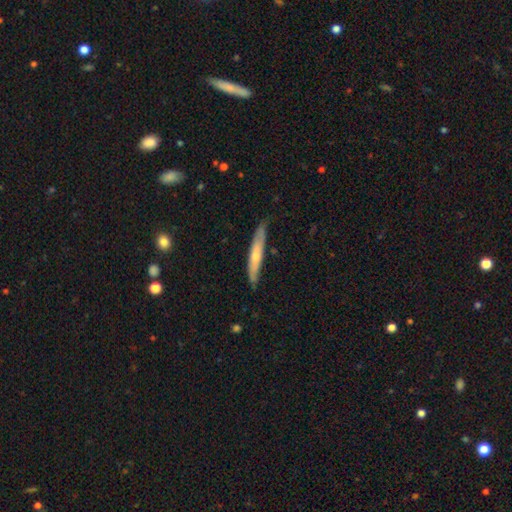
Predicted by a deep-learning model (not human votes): Morphology: type=smooth (51%); roundness=cigar-shaped (93%); merging=none (79%).